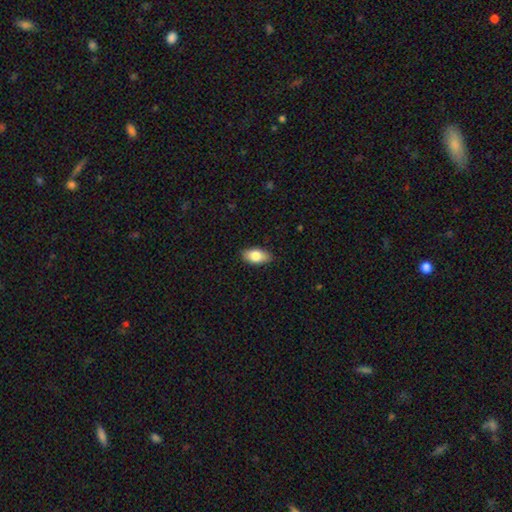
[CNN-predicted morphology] This is clearly a smooth galaxy (80%). How rounded: clearly in between (91%). Merging: clearly none (85%).